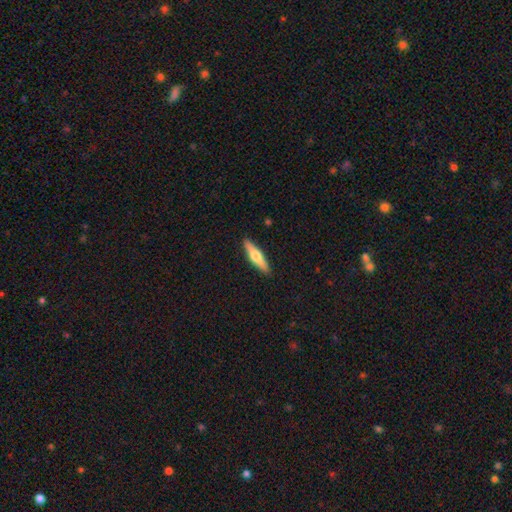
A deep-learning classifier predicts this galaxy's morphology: Smooth or featured? smooth (51%)
How rounded? cigar-shaped (77%)
Merging? none (90%)